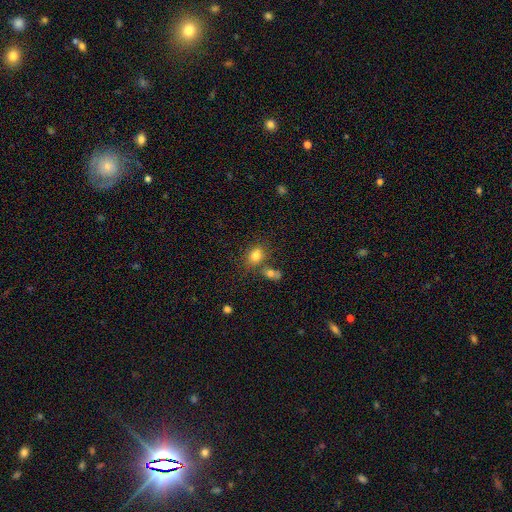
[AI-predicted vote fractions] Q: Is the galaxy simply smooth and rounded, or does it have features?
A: smooth — 79%.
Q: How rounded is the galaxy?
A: in between — 57%.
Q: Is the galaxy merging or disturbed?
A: none — 59%.